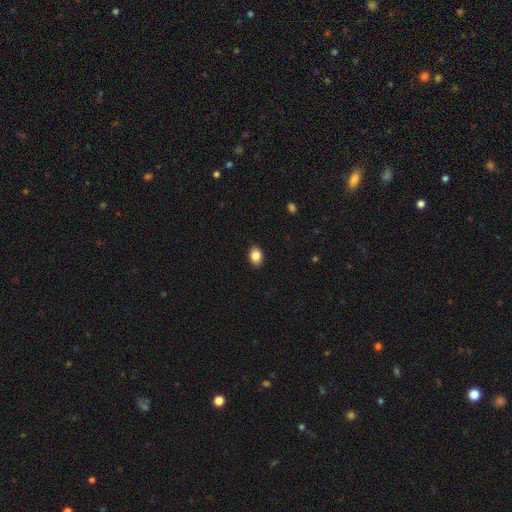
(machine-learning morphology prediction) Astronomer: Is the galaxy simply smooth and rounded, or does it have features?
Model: smooth — 86%.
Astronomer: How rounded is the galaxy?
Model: in between — 66%.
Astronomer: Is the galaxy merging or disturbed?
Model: none — 90%.